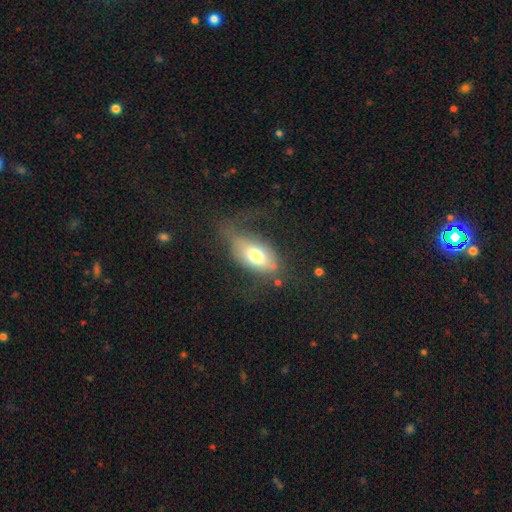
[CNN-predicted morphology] Smooth or featured? smooth (64%)
How rounded? in between (88%)
Merging? none (40%)